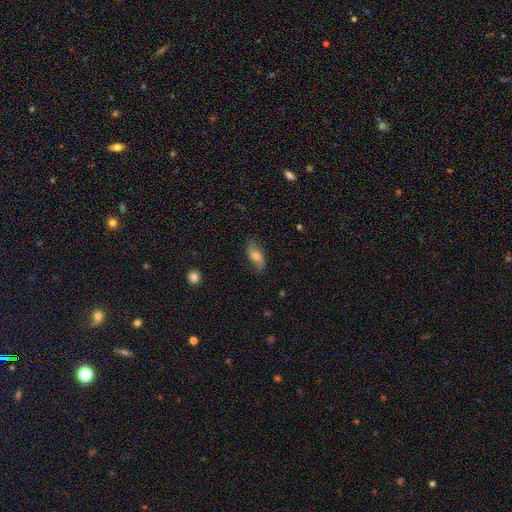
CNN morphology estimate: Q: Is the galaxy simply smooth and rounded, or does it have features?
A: featured or disk — 52%.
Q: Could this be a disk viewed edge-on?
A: no — 89%.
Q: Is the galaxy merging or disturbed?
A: none — 78%.